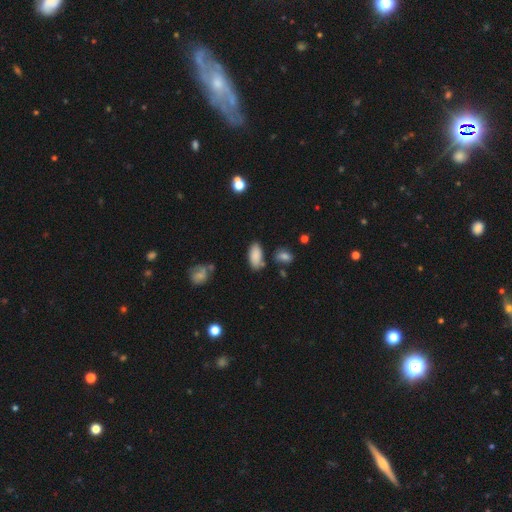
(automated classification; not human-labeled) Smooth or featured? Predicted: smooth (p=0.86). How rounded? Predicted: in between (p=0.91). Merging? Predicted: none (p=0.71).